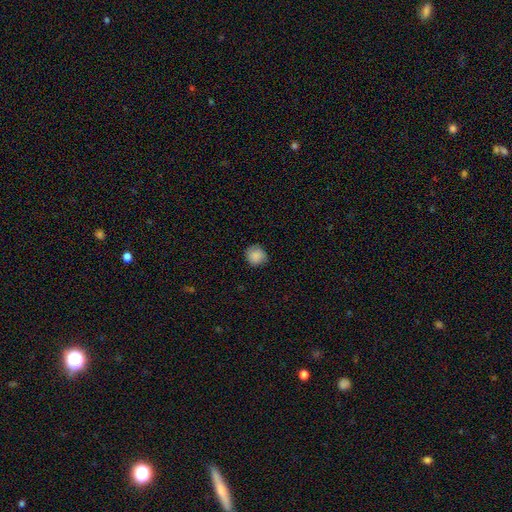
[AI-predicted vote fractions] A smooth galaxy with no disk features (85%) that is round (89%). Merging: none (79%).